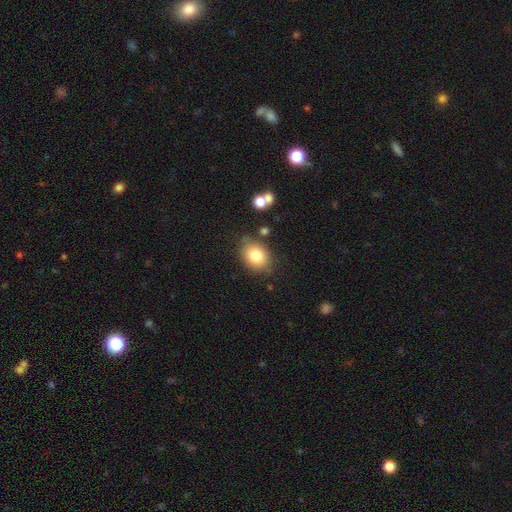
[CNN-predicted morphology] smooth-or-featured: smooth: 81% | featured or disk: 10% | star or artifact: 9%
  how-rounded: in between: 59% | round: 40% | cigar-shaped: 1%
  merging: none: 76% | minor disturbance: 16% | merger: 4% | major disturbance: 4%